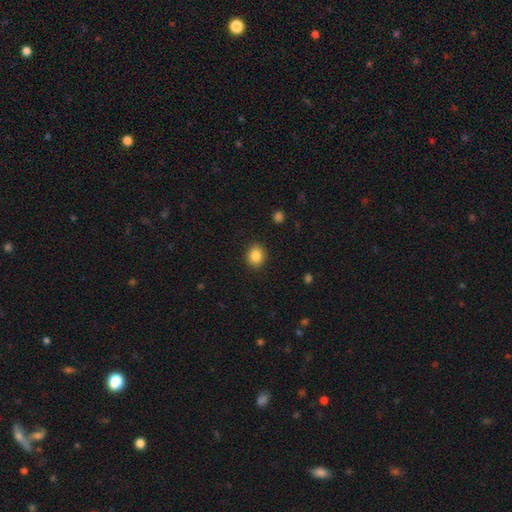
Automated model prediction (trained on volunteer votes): Overall: smooth (86%). How rounded: round (65%; in between 34%). Merging: none (89%).